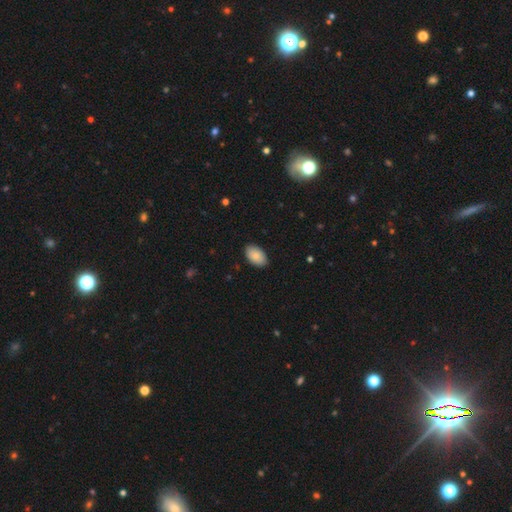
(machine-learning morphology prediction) smooth 86%, featured or disk 7%, star or artifact 7%. Down the decision tree: how rounded — in between (92%); merging — none (88%).